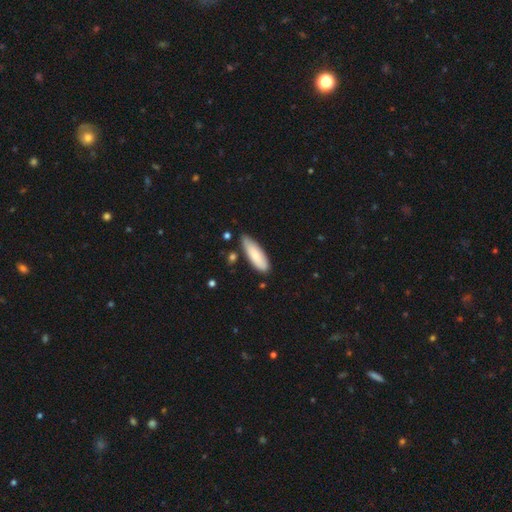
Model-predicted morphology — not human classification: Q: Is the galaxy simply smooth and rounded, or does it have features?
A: smooth — 79%.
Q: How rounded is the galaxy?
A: in between — 56%.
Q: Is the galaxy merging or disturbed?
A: none — 76%.